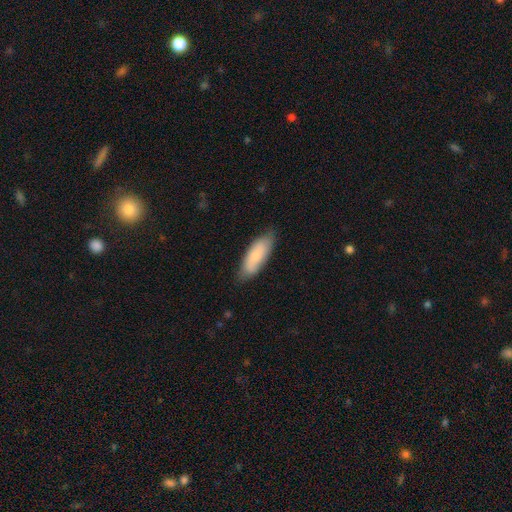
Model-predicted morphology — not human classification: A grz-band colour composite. It shows a smooth galaxy with no disk features (73%) that is in between round and cigar-shaped (70%). Merging: none (77%).